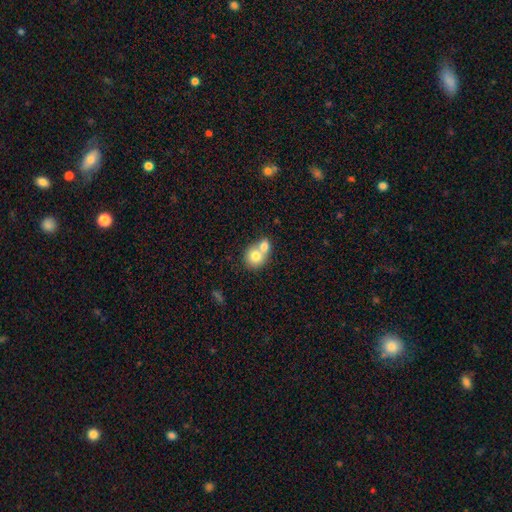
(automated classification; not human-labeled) smooth-or-featured: smooth: 74% | featured or disk: 17% | star or artifact: 9%
  how-rounded: round: 75% | in between: 24% | cigar-shaped: 1%
  merging: merger: 65% | none: 27% | minor disturbance: 6% | major disturbance: 2%